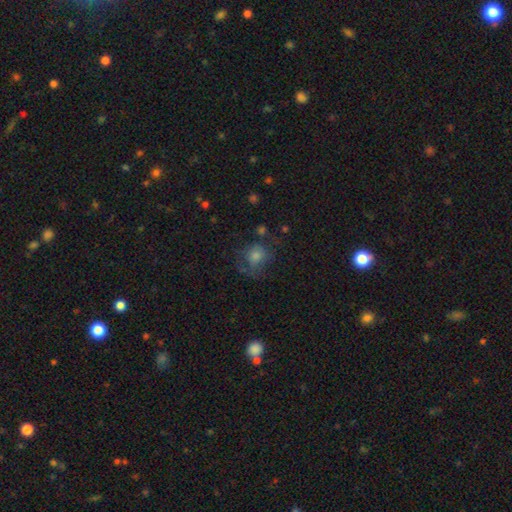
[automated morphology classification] smooth-or-featured: smooth: 59% | featured or disk: 23% | star or artifact: 18%
  how-rounded: round: 74% | in between: 25% | cigar-shaped: 1%
  merging: none: 55% | minor disturbance: 22% | major disturbance: 20% | merger: 3%